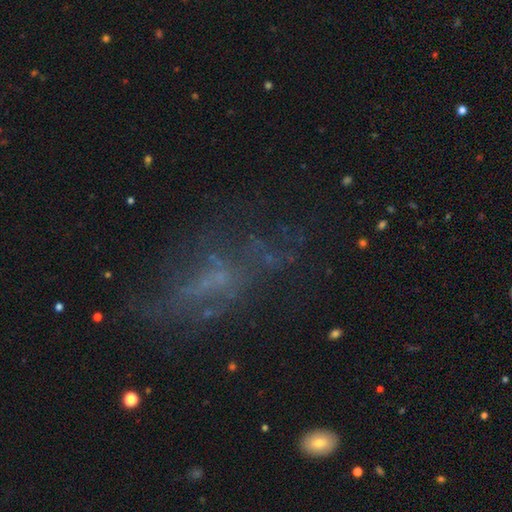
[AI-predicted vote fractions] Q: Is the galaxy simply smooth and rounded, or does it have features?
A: featured or disk — 48%.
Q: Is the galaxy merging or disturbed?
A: none — 47%.